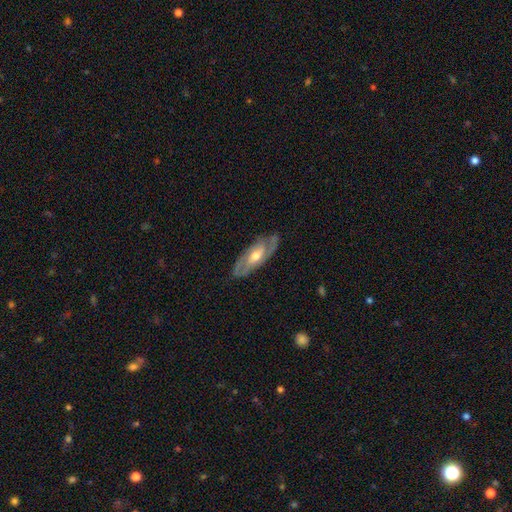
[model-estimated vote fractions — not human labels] featured or disk 79%, smooth 16%, star or artifact 5%. Down the decision tree: edge-on disk — no (85%); bar — no (49%); spiral arms — yes (87%); spiral arm count — 2 (66%); spiral winding — tight (48%); bulge size — moderate (71%); merging — none (80%).